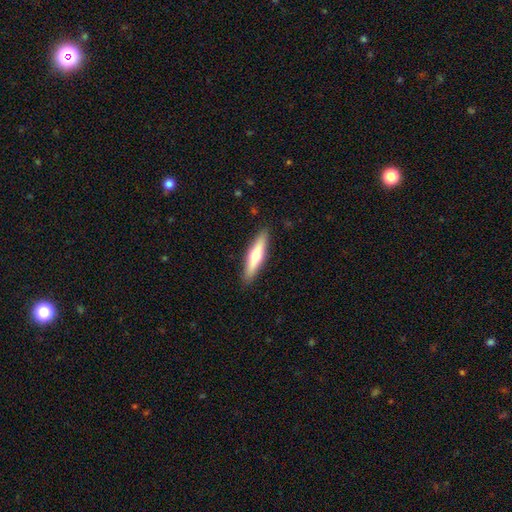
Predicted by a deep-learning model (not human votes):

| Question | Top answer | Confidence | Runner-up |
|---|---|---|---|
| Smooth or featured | featured or disk | 48% | smooth (47%) |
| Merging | none | 90% | minor disturbance (7%) |